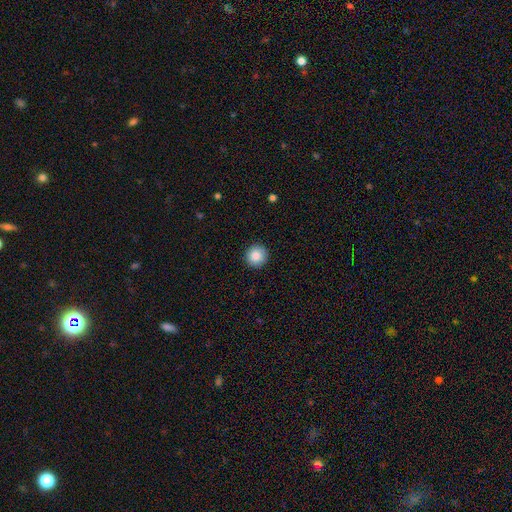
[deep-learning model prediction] Smooth or featured: smooth — 86% (star or artifact — 9%)
How rounded: round — 95% (in between — 4%)
Merging: none — 92% (minor disturbance — 5%)